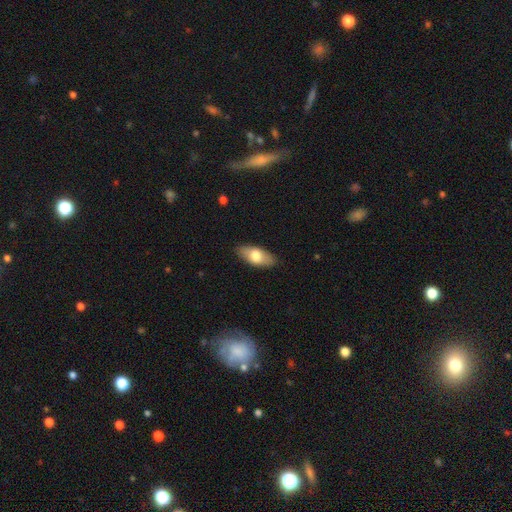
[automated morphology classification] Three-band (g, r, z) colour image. It shows a smooth galaxy with no disk features (70%) that is in between round and cigar-shaped (87%). Merging: none (87%).